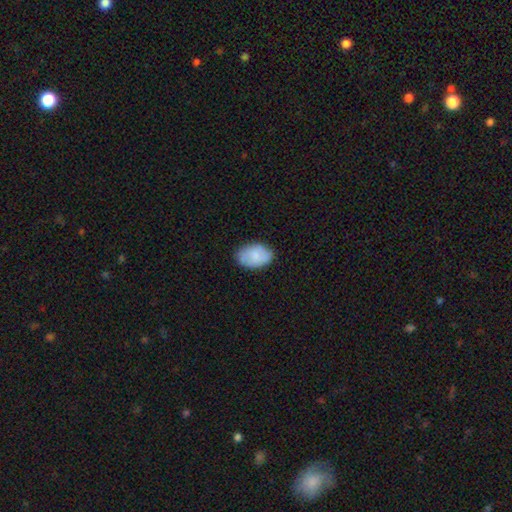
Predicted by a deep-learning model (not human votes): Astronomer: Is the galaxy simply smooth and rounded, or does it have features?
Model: smooth — 75%.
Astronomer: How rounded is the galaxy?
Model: in between — 87%.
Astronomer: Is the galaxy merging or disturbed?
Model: none — 78%.